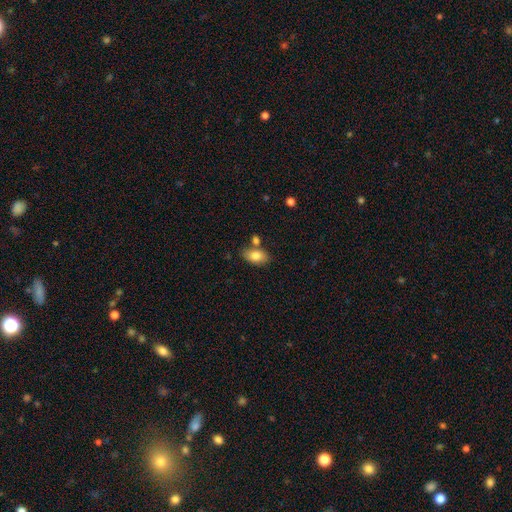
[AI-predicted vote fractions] Morphology: type=smooth (80%); roundness=in between (90%); merging=none (69%).